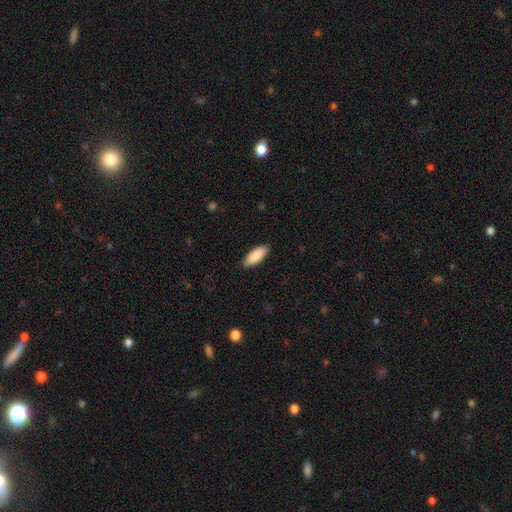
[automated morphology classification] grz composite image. It shows a smooth galaxy with no disk features (88%) that is in between round and cigar-shaped (78%). Merging: none (89%).